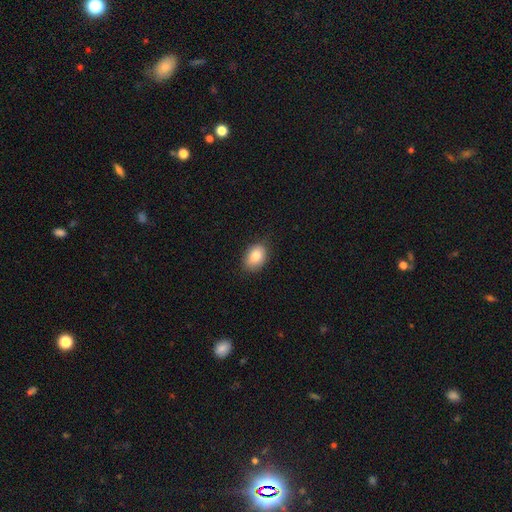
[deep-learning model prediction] Smooth or featured? smooth (83%)
How rounded? in between (80%)
Merging? none (82%)